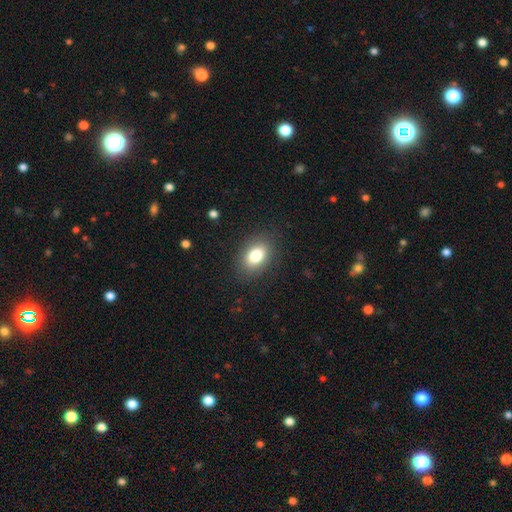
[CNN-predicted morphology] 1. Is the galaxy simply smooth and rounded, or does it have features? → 81% smooth, 10% featured or disk, 9% star or artifact.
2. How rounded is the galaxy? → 80% in between, 19% round, 1% cigar-shaped.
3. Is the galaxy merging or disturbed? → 86% none, 10% minor disturbance, 3% major disturbance, 1% merger.